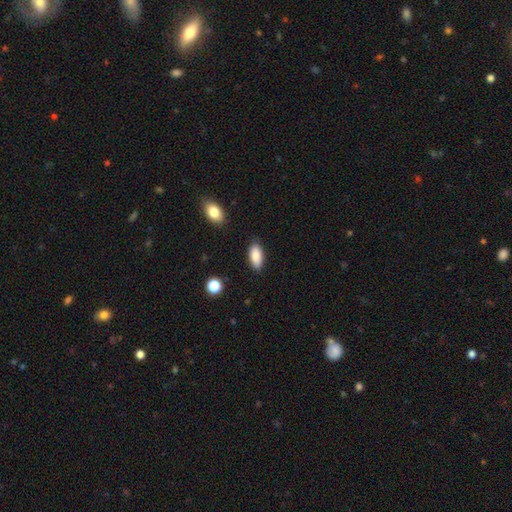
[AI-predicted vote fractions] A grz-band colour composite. It shows a smooth galaxy with no disk features (87%) that is in between round and cigar-shaped (88%). Merging: none (85%).